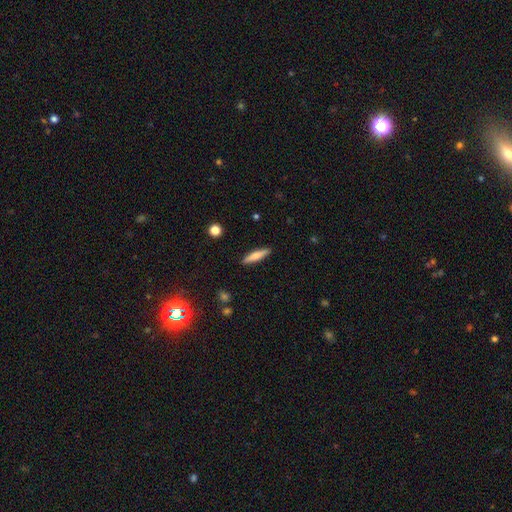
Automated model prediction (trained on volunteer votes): A smooth galaxy with no disk features (65%) that is cigar-shaped (81%).

Vote fractions:
- Smooth or featured? smooth: 65% / featured or disk: 29% / star or artifact: 6%
- How rounded? cigar-shaped: 81% / in between: 17% / round: 2%
- Merging? none: 90% / minor disturbance: 7% / major disturbance: 2% / merger: 1%